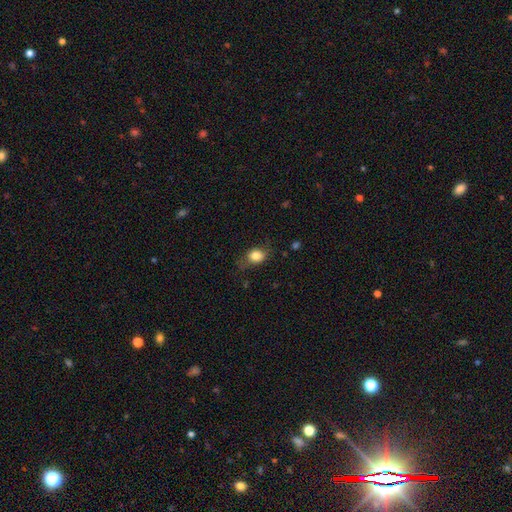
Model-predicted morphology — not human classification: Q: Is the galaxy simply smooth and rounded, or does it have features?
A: smooth — 82%.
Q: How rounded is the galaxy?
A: in between — 59%.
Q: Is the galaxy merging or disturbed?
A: none — 63%.